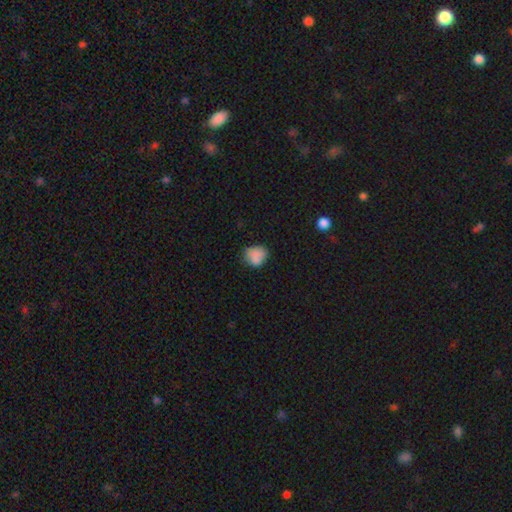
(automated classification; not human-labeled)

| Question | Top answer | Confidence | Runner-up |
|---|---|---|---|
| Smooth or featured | smooth | 81% | featured or disk (10%) |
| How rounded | round | 63% | in between (35%) |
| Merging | none | 62% | minor disturbance (25%) |